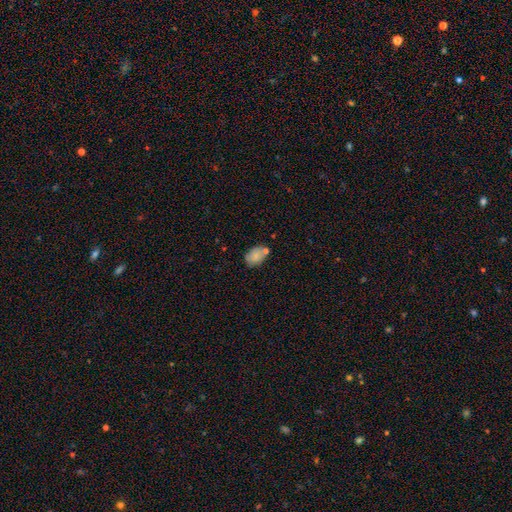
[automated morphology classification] smooth_or_featured: smooth (p=0.81) [alt: featured or disk p=0.10]
how_rounded: in between (p=0.80) [alt: round p=0.19]
merging: none (p=0.60) [alt: minor disturbance p=0.19]